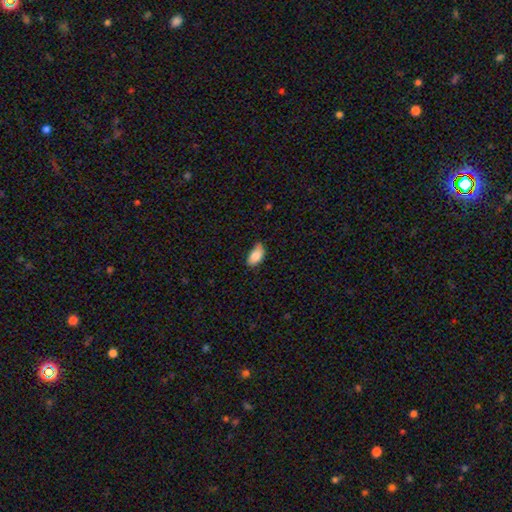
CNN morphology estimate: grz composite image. It shows a smooth galaxy with no disk features (86%) that is in between round and cigar-shaped (94%). Merging: none (57%).